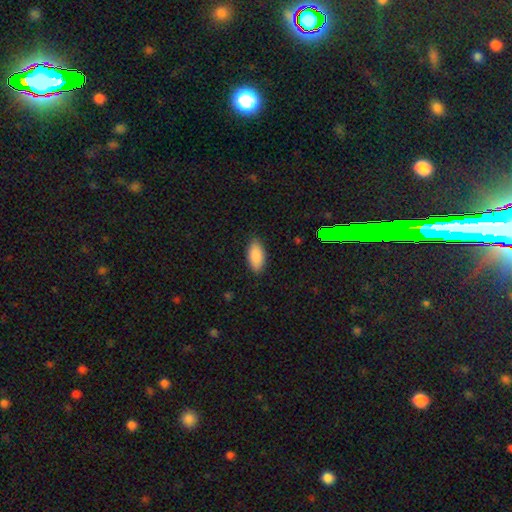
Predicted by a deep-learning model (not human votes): Smooth or featured: smooth — 88% (star or artifact — 7%)
How rounded: in between — 92% (cigar-shaped — 6%)
Merging: none — 85% (minor disturbance — 11%)